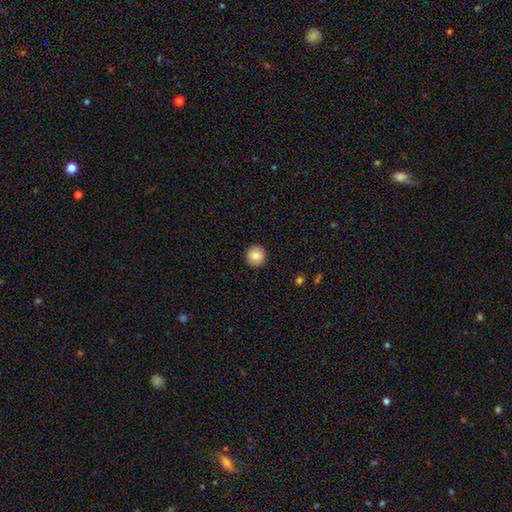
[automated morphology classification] A smooth galaxy with no disk features (85%) that is round (95%).

Vote fractions:
- Smooth or featured? smooth: 85% / star or artifact: 8% / featured or disk: 6%
- How rounded? round: 95% / in between: 4% / cigar-shaped: 1%
- Merging? none: 93% / minor disturbance: 5% / major disturbance: 2% / merger: 1%